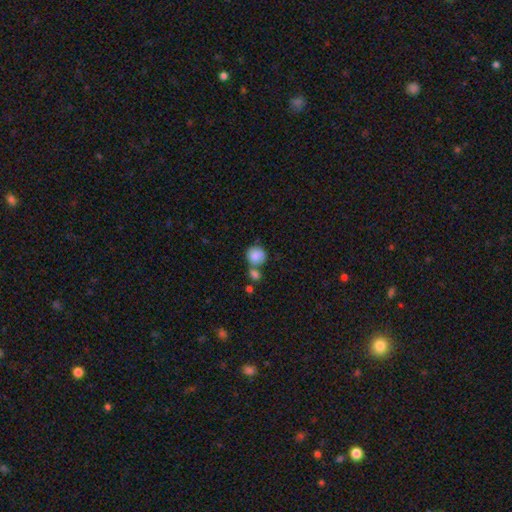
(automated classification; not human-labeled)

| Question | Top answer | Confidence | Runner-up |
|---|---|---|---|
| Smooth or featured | smooth | 83% | featured or disk (9%) |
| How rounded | round | 84% | in between (15%) |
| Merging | none | 46% | merger (36%) |